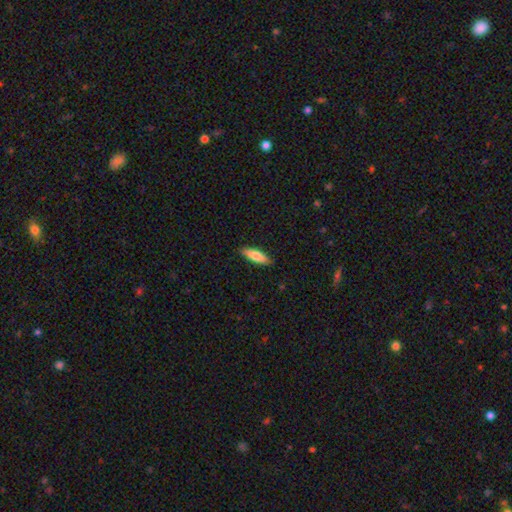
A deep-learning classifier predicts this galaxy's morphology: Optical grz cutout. It shows a smooth galaxy with no disk features (79%) that is cigar-shaped (49%, tied with in between). Merging: none (88%).